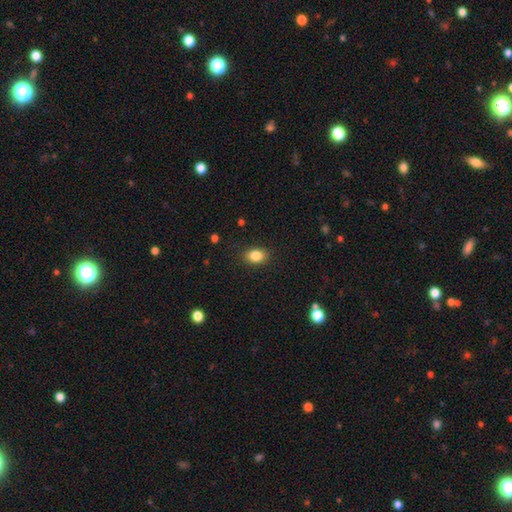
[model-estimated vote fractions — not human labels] A smooth galaxy with no disk features (85%) that is in between round and cigar-shaped (74%).

Vote fractions:
- Smooth or featured? smooth: 85% / star or artifact: 9% / featured or disk: 6%
- How rounded? in between: 74% / round: 24% / cigar-shaped: 1%
- Merging? none: 87% / minor disturbance: 9% / major disturbance: 3% / merger: 1%